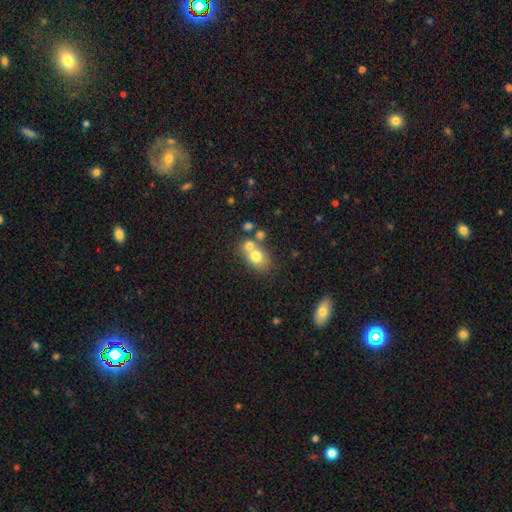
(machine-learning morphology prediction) smooth-or-featured: smooth: 72% | featured or disk: 18% | star or artifact: 11%
  how-rounded: in between: 56% | round: 43% | cigar-shaped: 1%
  merging: merger: 42% (tied) | none: 42% (tied) | minor disturbance: 11% | major disturbance: 5%